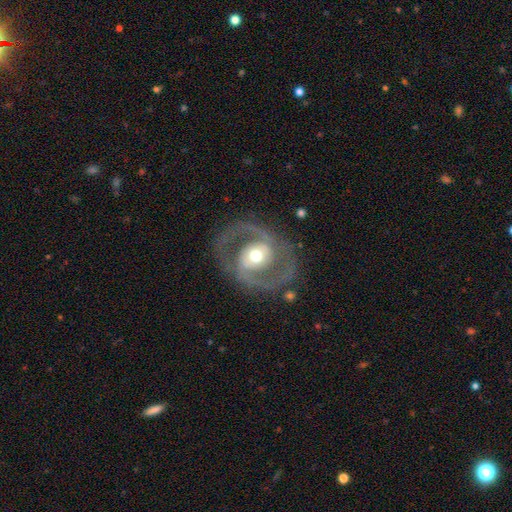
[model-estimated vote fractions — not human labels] Morphology: type=featured or disk (89%); edge-on=no (97%); bar=no (37%); spiral arms=yes (92%); winding=medium (58%); arm count=2 (92%); bulge=moderate (70%); merging=none (81%).